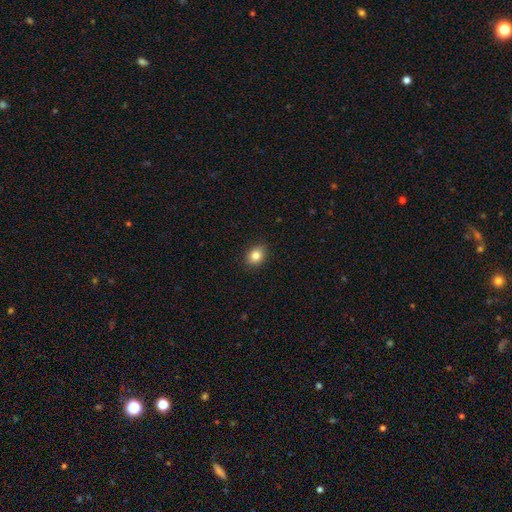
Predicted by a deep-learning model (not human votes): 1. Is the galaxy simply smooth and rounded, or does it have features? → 83% smooth, 10% star or artifact, 7% featured or disk.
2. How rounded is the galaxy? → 54% in between, 45% round, 1% cigar-shaped.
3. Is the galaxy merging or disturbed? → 89% none, 8% minor disturbance, 2% major disturbance, 1% merger.